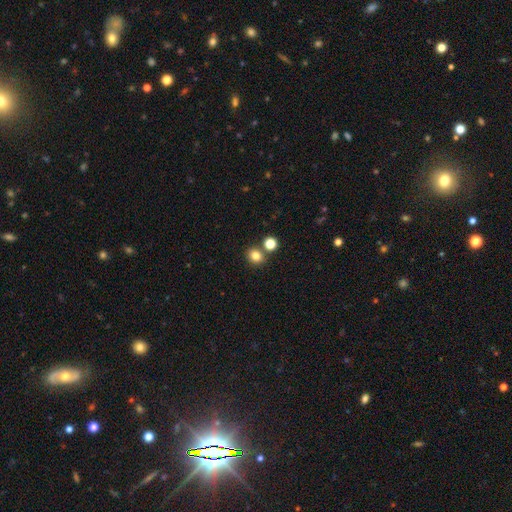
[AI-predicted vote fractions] This is clearly a smooth galaxy (81%). How rounded: likely round (72%). Merging: likely none (72%).